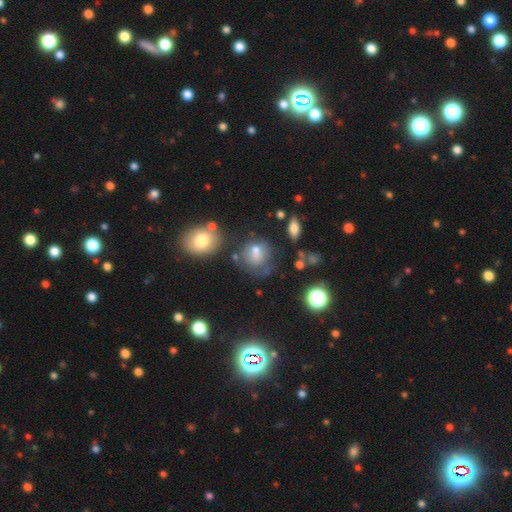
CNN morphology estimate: Q: Smooth or featured?
A: smooth (63%); runner-up: featured or disk (19%)
Q: How rounded?
A: round (71%); runner-up: in between (28%)
Q: Merging?
A: none (51%); runner-up: minor disturbance (24%)